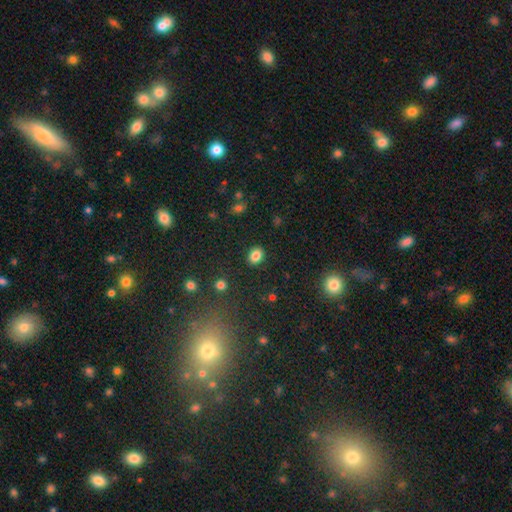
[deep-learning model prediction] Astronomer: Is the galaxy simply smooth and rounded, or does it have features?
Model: smooth — 84%.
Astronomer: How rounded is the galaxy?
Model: in between — 60% (runner-up: round, 39%).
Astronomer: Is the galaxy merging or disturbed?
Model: none — 88%.